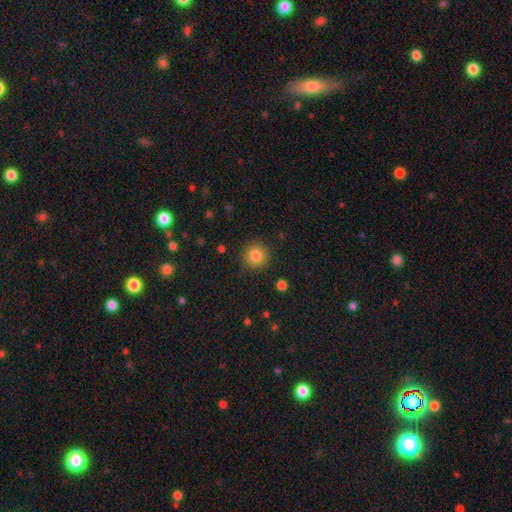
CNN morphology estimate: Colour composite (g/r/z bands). It shows a smooth galaxy with no disk features (85%) that is round (94%). Merging: none (90%).